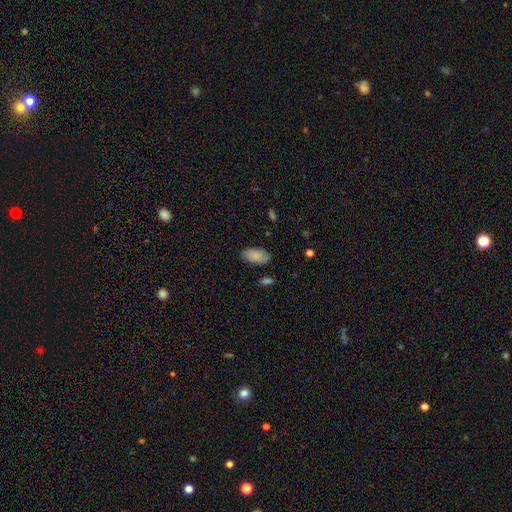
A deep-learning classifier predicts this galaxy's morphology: Smooth or featured? Predicted: smooth (p=0.79). How rounded? Predicted: in between (p=0.94). Merging? Predicted: none (p=0.79).